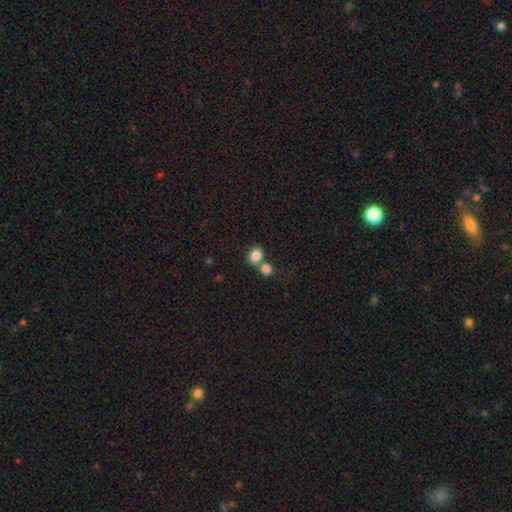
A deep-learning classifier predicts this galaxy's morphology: Smooth or featured?
  - smooth: 84% *
  - star or artifact: 9%
  - featured or disk: 7%
How rounded?
  - round: 63% *
  - in between: 36%
  - cigar-shaped: 1%
Merging?
  - none: 46% *
  - merger: 43%
  - minor disturbance: 8%
  - major disturbance: 3%